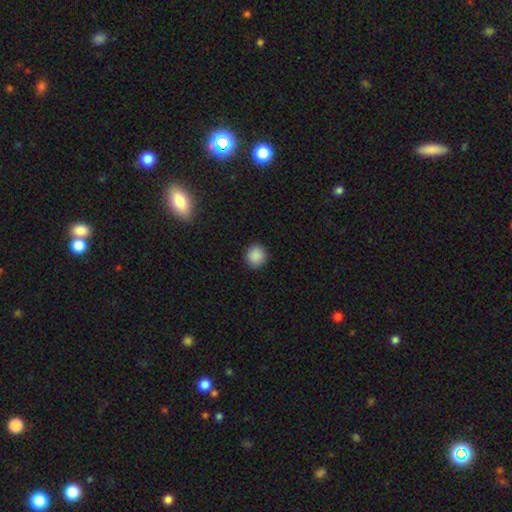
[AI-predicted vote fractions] Overall: smooth (88%). How rounded: round (90%). Merging: none (91%).